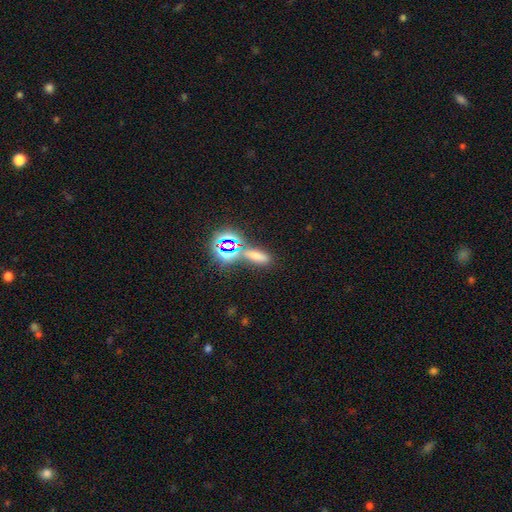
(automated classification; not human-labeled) A smooth galaxy with no disk features (56%) that is in between round and cigar-shaped (52%). Merging: none (67%).